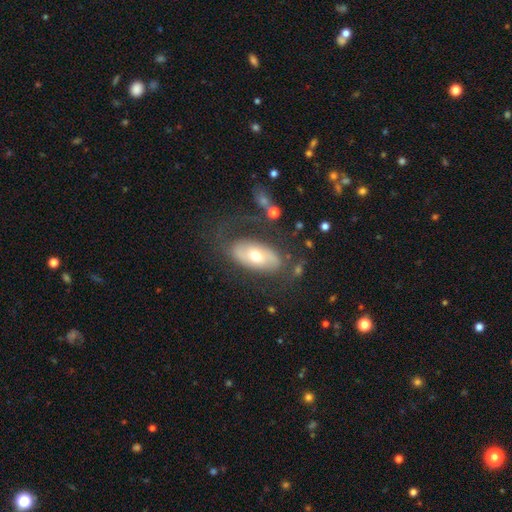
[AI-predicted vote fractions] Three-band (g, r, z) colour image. It shows a featured or disk galaxy (53%). Merging: none (65%).